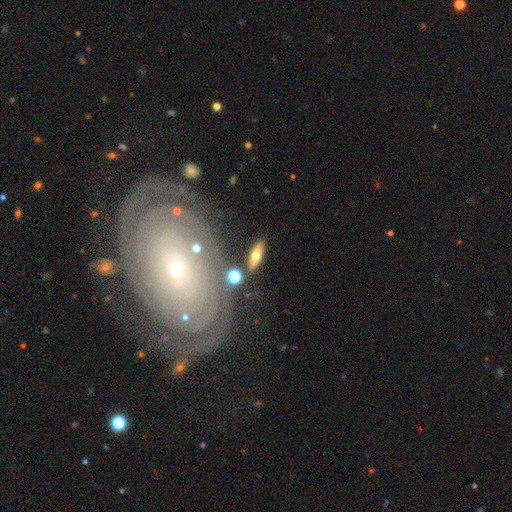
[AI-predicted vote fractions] Smooth or featured? smooth (59%)
How rounded? in between (53%)
Merging? none (81%)